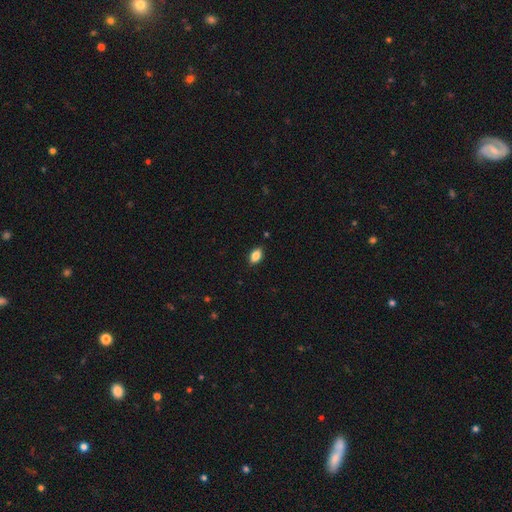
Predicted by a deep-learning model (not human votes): Smooth or featured? smooth (84%)
How rounded? in between (89%)
Merging? none (85%)